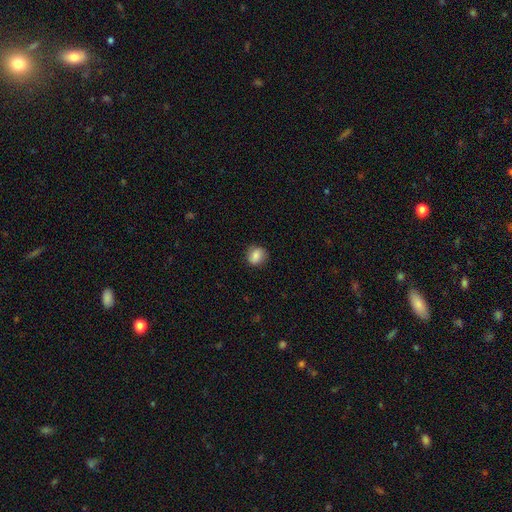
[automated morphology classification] This appears to be a smooth galaxy with no disk features (80%) that is round (70%). Merging: none (81%).